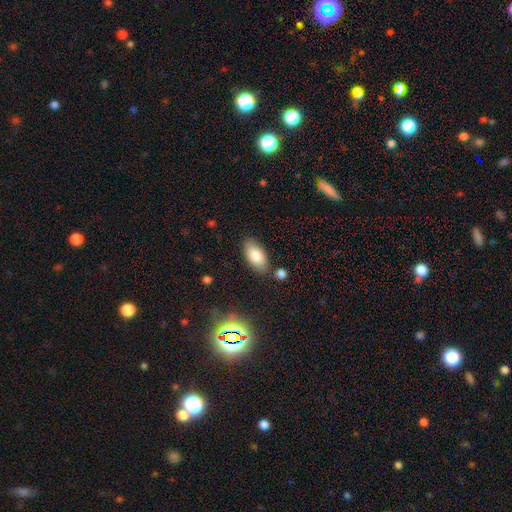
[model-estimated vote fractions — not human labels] Smooth or featured: smooth — 81% (featured or disk — 12%)
How rounded: in between — 92% (cigar-shaped — 5%)
Merging: none — 81% (minor disturbance — 12%)